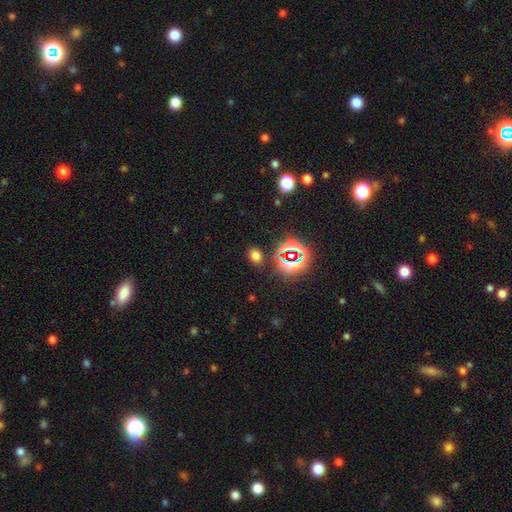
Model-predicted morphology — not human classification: A smooth galaxy with no disk features (64%) that is in between round and cigar-shaped (58%).

Vote fractions:
- Smooth or featured? smooth: 64% / star or artifact: 30% / featured or disk: 6%
- How rounded? in between: 58% / round: 41% / cigar-shaped: 2%
- Merging? none: 83% / minor disturbance: 10% / merger: 4% / major disturbance: 4%